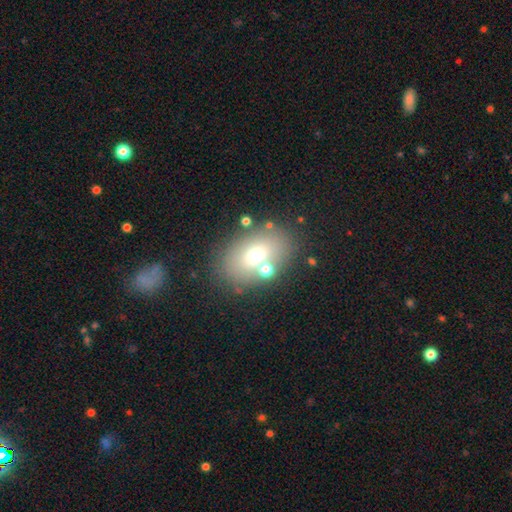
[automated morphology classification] This appears to be a smooth galaxy with no disk features (66%) that is in between round and cigar-shaped (83%). Merging: none (73%).